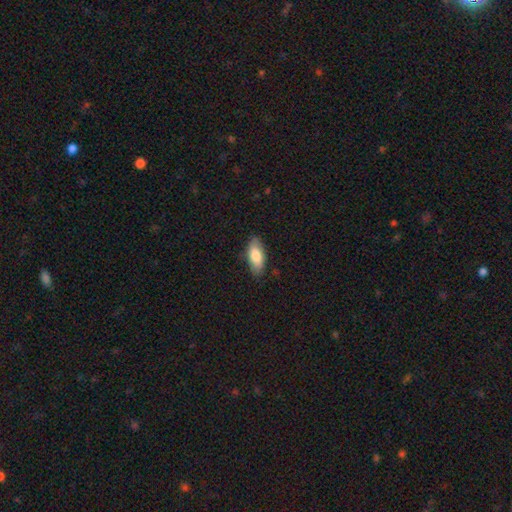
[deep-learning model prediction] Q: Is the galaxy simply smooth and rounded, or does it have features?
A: smooth — 82%.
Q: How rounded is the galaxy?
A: in between — 82%.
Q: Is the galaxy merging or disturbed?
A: none — 84%.